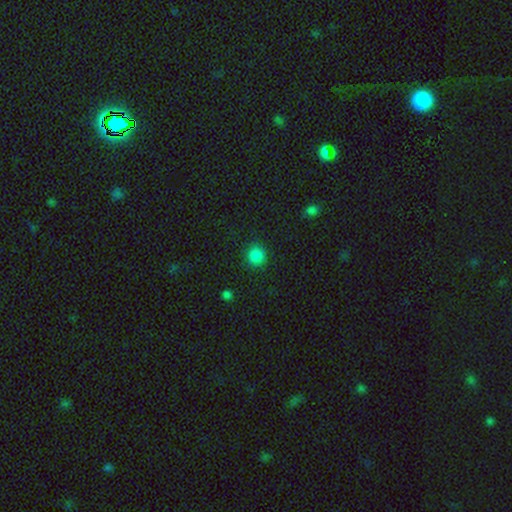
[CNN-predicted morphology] Q: Smooth or featured?
A: smooth (85%); runner-up: star or artifact (12%)
Q: How rounded?
A: round (92%); runner-up: in between (7%)
Q: Merging?
A: none (90%); runner-up: minor disturbance (7%)